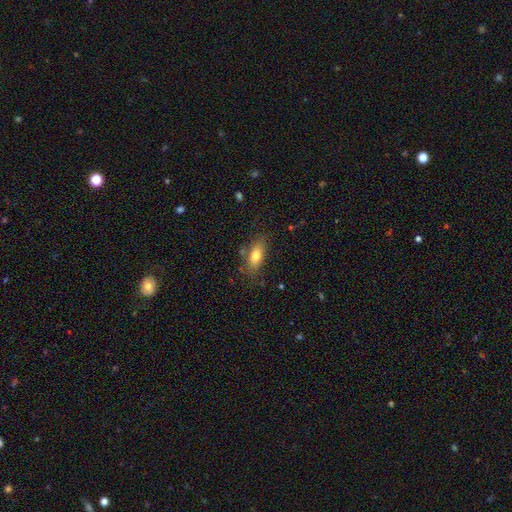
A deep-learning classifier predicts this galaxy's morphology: Smooth or featured? smooth (74%)
How rounded? in between (81%)
Merging? none (74%)